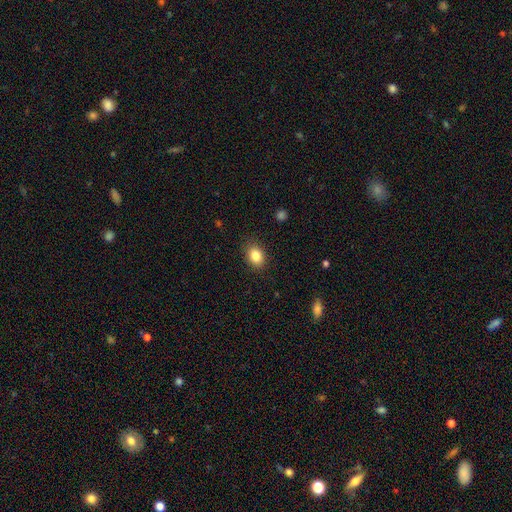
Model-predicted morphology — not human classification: A smooth galaxy with no disk features (85%) that is in between round and cigar-shaped (65%).

Vote fractions:
- Smooth or featured? smooth: 85% / star or artifact: 9% / featured or disk: 6%
- How rounded? in between: 65% / round: 34% / cigar-shaped: 1%
- Merging? none: 86% / minor disturbance: 10% / major disturbance: 3% / merger: 1%